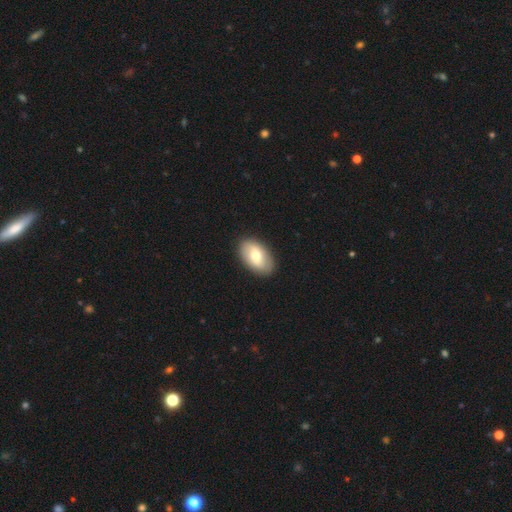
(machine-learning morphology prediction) Smooth or featured?
  - smooth: 68% *
  - featured or disk: 26%
  - star or artifact: 6%
How rounded?
  - in between: 93% *
  - round: 6%
  - cigar-shaped: 2%
Merging?
  - none: 89% *
  - minor disturbance: 8%
  - major disturbance: 2%
  - merger: 1%